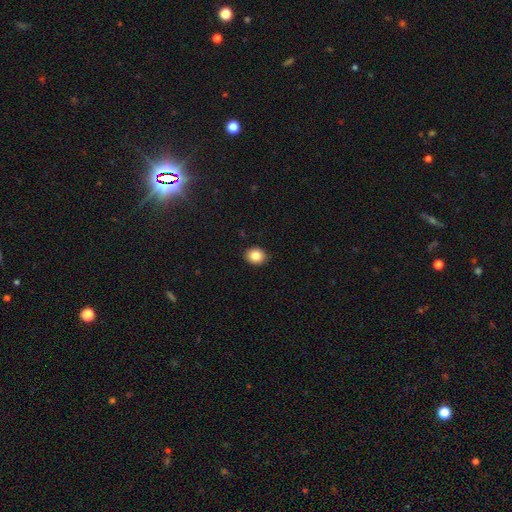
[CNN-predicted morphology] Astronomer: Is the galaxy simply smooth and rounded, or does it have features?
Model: smooth — 85%.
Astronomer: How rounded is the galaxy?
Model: round — 61% (runner-up: in between, 38%).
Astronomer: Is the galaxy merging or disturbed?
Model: none — 90%.